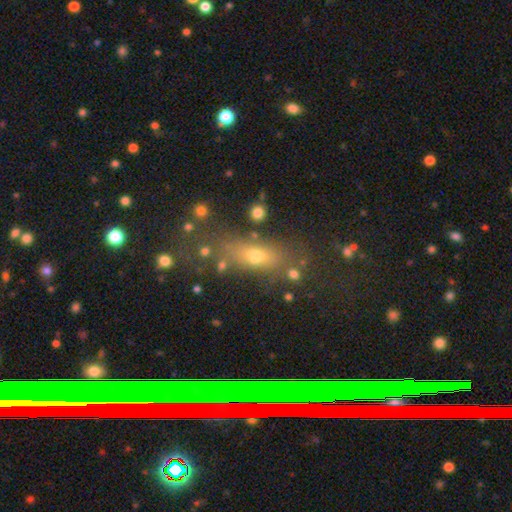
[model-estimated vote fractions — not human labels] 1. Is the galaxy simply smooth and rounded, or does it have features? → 63% smooth, 20% featured or disk, 17% star or artifact.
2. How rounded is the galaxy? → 59% in between, 30% cigar-shaped, 11% round.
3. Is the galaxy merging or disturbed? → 66% none, 16% minor disturbance, 9% major disturbance, 8% merger.